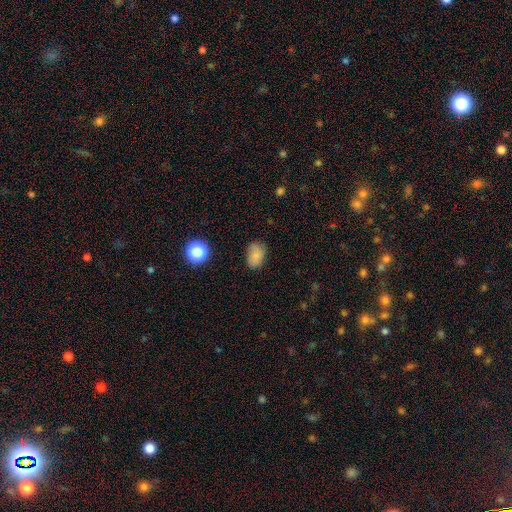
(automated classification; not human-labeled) Smooth or featured? Predicted: smooth (p=0.82). How rounded? Predicted: in between (p=0.80). Merging? Predicted: none (p=0.71).